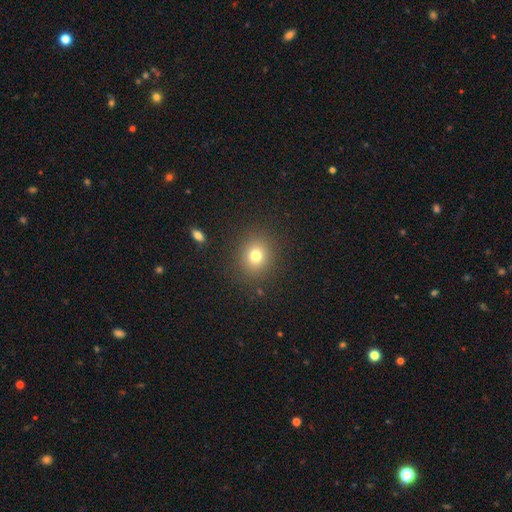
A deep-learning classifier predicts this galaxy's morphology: smooth_or_featured: smooth (p=0.76) [alt: star or artifact p=0.15]
how_rounded: round (p=0.83) [alt: in between p=0.16]
merging: none (p=0.88) [alt: minor disturbance p=0.07]